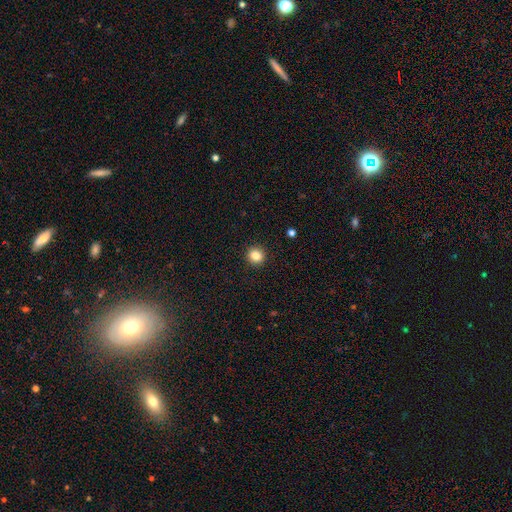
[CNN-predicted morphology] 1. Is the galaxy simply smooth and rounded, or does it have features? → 84% smooth, 11% star or artifact, 5% featured or disk.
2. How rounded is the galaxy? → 92% round, 7% in between, 1% cigar-shaped.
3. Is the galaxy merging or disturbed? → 93% none, 5% minor disturbance, 2% major disturbance, 1% merger.